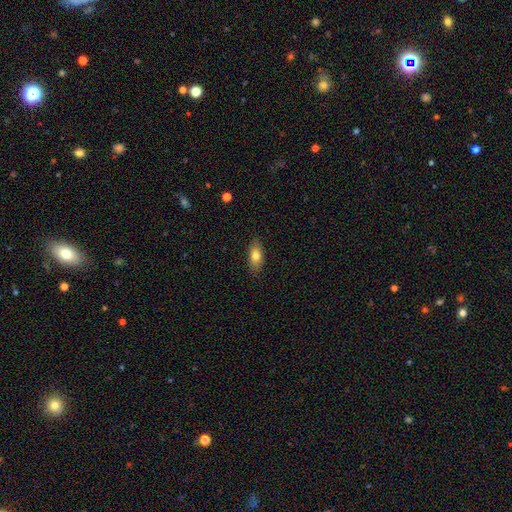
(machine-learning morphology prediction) A smooth galaxy with no disk features (78%) that is in between round and cigar-shaped (86%). Merging: none (85%).